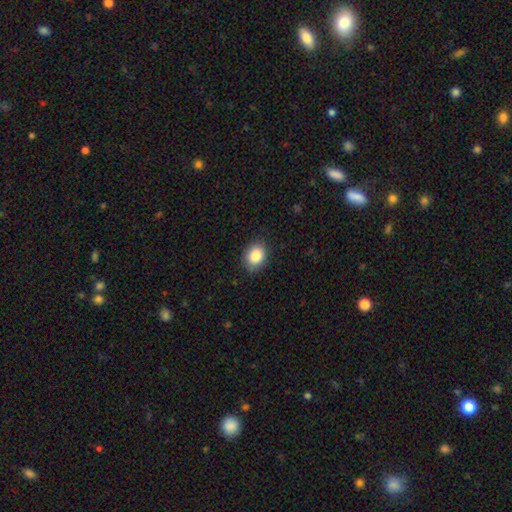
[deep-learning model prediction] Smooth or featured: smooth — 87% (star or artifact — 8%)
How rounded: in between — 57% (round — 42%)
Merging: none — 84% (minor disturbance — 13%)